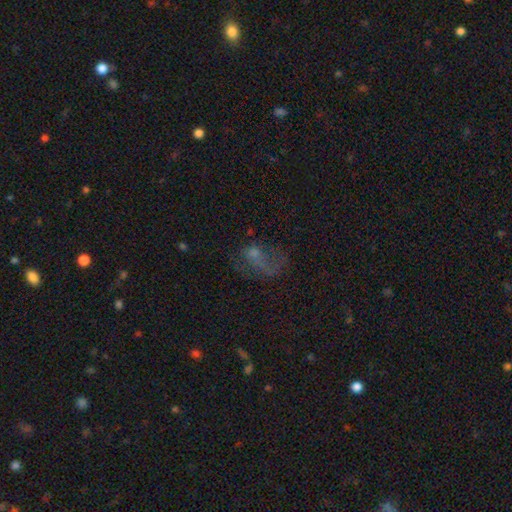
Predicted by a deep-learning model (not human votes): Q: Smooth or featured?
A: smooth (40%); tied with: featured or disk (40%)
Q: Merging?
A: major disturbance (49%); runner-up: none (27%)